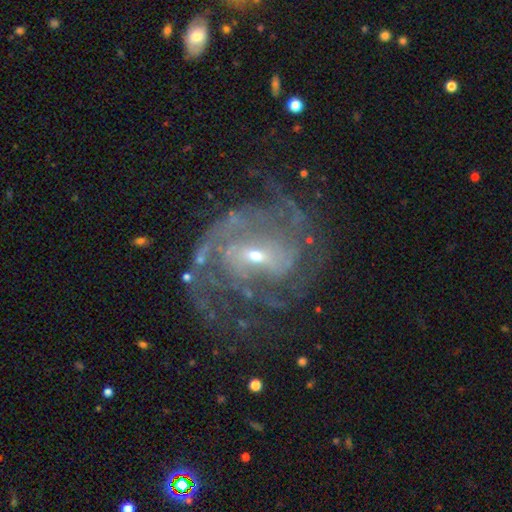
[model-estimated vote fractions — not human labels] Smooth or featured?
  - featured or disk: 90% *
  - star or artifact: 6%
  - smooth: 4%
Edge-on disk?
  - no: 97% *
  - yes: 3%
Bar?
  - weak: 48% *
  - no: 30%
  - strong: 22%
Spiral arms?
  - yes: 96% *
  - no: 4%
Spiral winding?
  - tight: 49% *
  - medium: 41%
  - loose: 10%
Spiral arm count?
  - 2: 31% *
  - can't tell: 22%
  - 3: 22%
  - 4: 11%
  - more than 4: 6%
  - 1: 6%
Bulge size?
  - small: 67% *
  - moderate: 29%
  - large: 2%
  - none: 1%
  - dominant: 1%
Merging?
  - none: 66% *
  - minor disturbance: 18%
  - major disturbance: 15%
  - merger: 2%